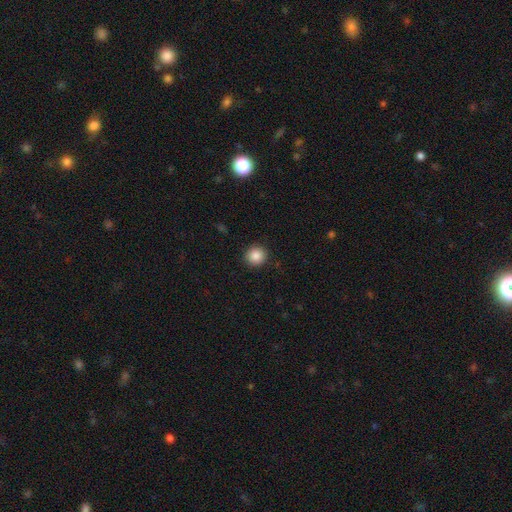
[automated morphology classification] A smooth galaxy with no disk features (87%) that is round (91%). Merging: none (91%).